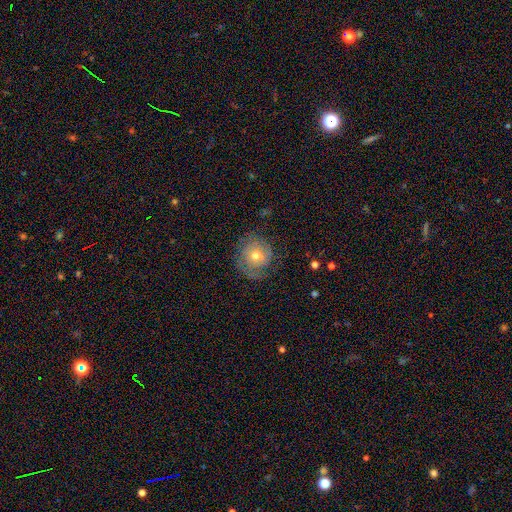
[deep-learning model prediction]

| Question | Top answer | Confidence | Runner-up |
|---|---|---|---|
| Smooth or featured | featured or disk | 51% | smooth (40%) |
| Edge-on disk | no | 96% | yes (4%) |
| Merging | none | 67% | minor disturbance (20%) |